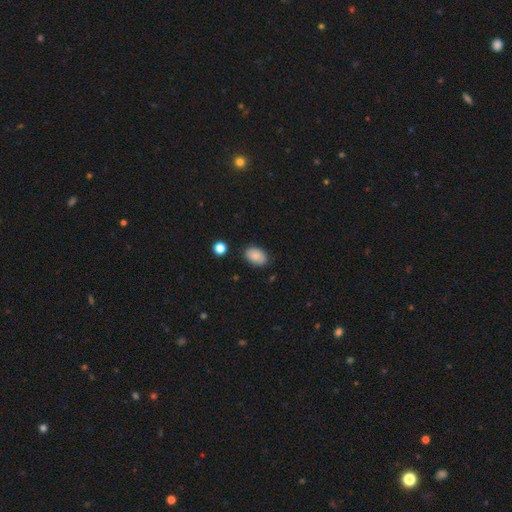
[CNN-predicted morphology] Overall: smooth (85%). How rounded: in between (88%). Merging: none (82%).